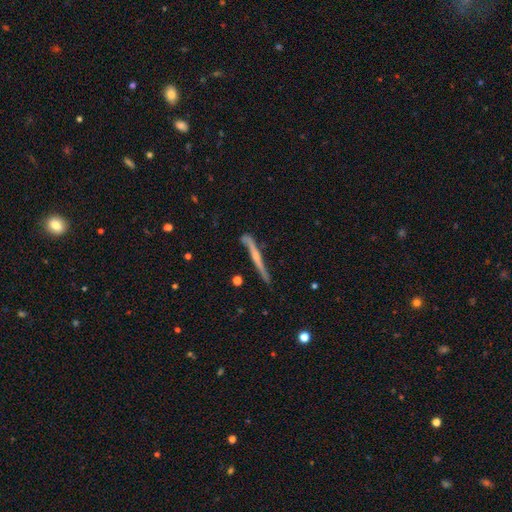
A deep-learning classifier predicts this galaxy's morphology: Smooth or featured?
  - featured or disk: 63% *
  - smooth: 31%
  - star or artifact: 6%
Edge-on disk?
  - yes: 95% *
  - no: 5%
Edge-on bulge?
  - none: 52% *
  - rounded: 37%
  - boxy: 11%
Merging?
  - none: 72% *
  - minor disturbance: 20%
  - major disturbance: 5%
  - merger: 4%